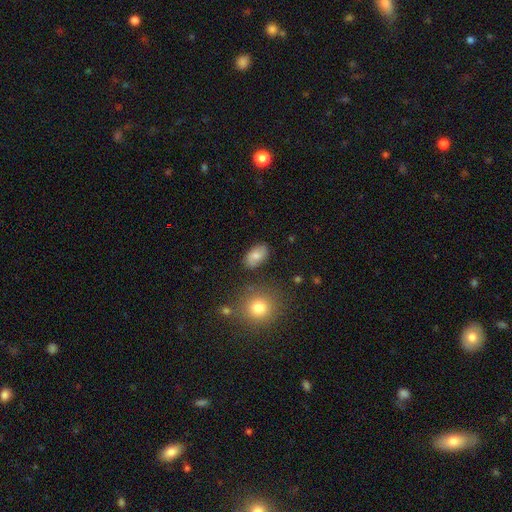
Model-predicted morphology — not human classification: Smooth or featured? smooth (69%)
How rounded? in between (89%)
Merging? none (81%)